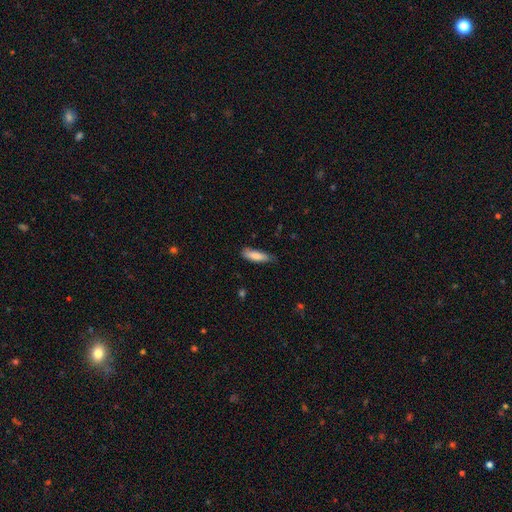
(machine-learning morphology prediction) Smooth or featured? Predicted: smooth (p=0.82). How rounded? Predicted: cigar-shaped (p=0.53). Merging? Predicted: none (p=0.69).